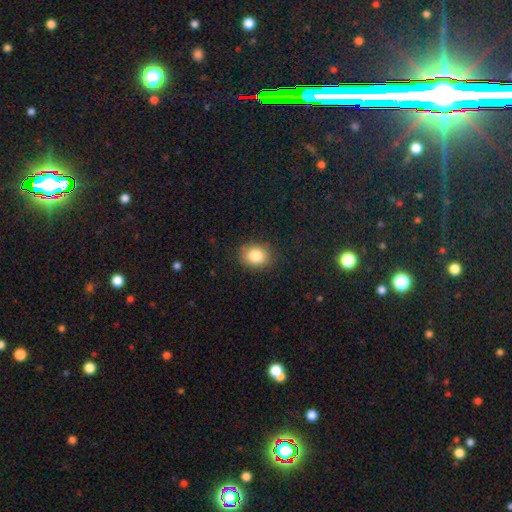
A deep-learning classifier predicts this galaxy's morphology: Smooth or featured?
  - smooth: 84% *
  - star or artifact: 10%
  - featured or disk: 7%
How rounded?
  - round: 57% *
  - in between: 42%
  - cigar-shaped: 1%
Merging?
  - none: 86% *
  - minor disturbance: 10%
  - major disturbance: 3%
  - merger: 1%